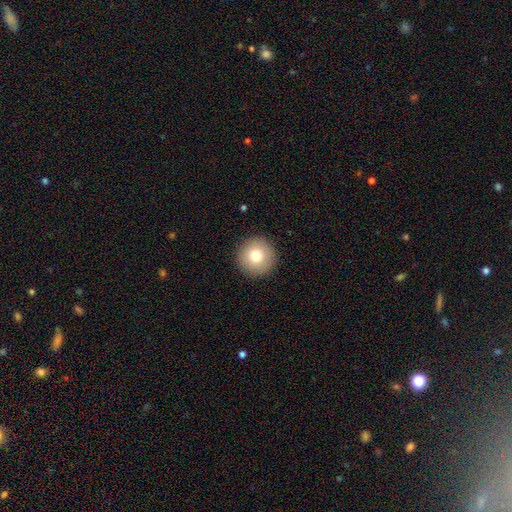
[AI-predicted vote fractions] A smooth galaxy with no disk features (79%) that is round (96%).

Vote fractions:
- Smooth or featured? smooth: 79% / featured or disk: 11% / star or artifact: 9%
- How rounded? round: 96% / in between: 3% / cigar-shaped: 1%
- Merging? none: 92% / minor disturbance: 5% / major disturbance: 2% / merger: 1%